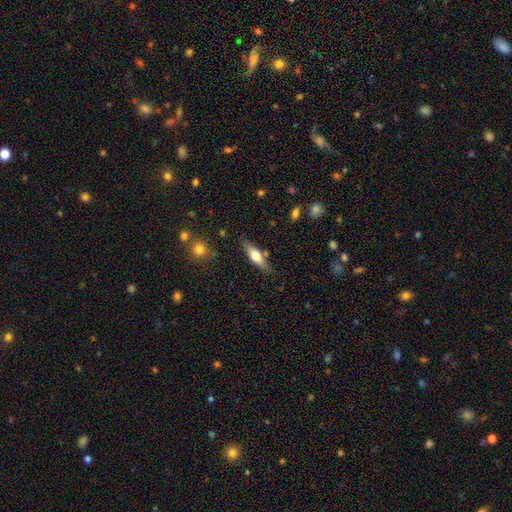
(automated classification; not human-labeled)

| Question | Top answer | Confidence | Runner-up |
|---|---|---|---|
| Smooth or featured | smooth | 54% | featured or disk (40%) |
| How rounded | cigar-shaped | 60% | in between (38%) |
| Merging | none | 80% | minor disturbance (13%) |